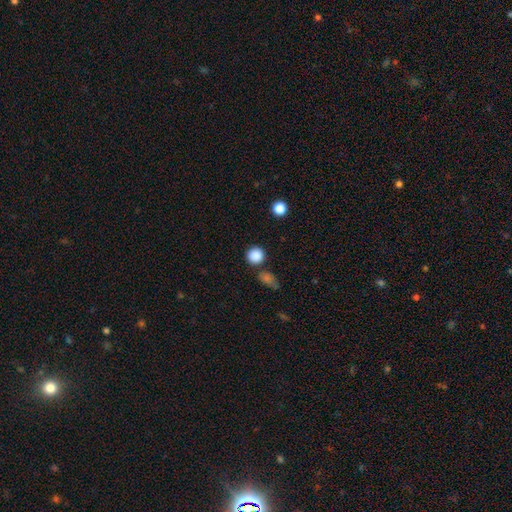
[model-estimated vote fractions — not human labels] Smooth or featured: smooth — 86% (star or artifact — 10%)
How rounded: round — 92% (in between — 7%)
Merging: none — 81% (minor disturbance — 9%)